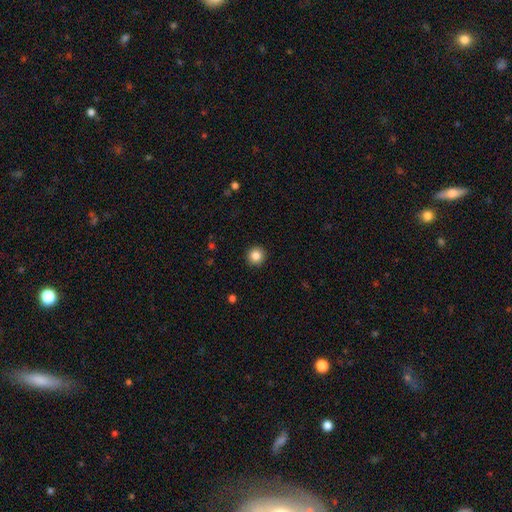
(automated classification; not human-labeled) This is clearly a smooth galaxy (85%). How rounded: clearly round (95%). Merging: clearly none (93%).